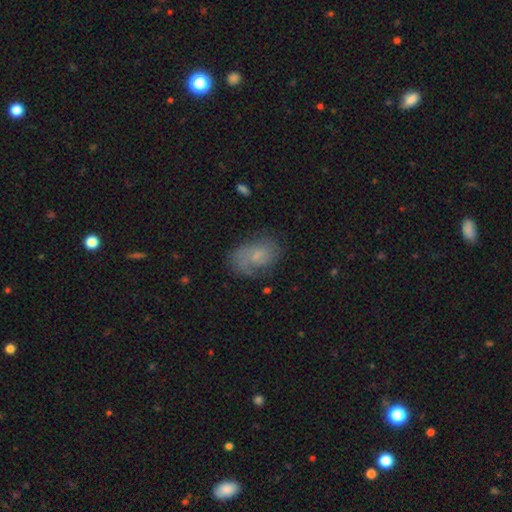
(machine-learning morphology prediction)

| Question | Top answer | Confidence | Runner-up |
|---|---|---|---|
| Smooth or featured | smooth | 50% | featured or disk (38%) |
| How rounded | in between | 84% | round (14%) |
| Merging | none | 58% | minor disturbance (25%) |